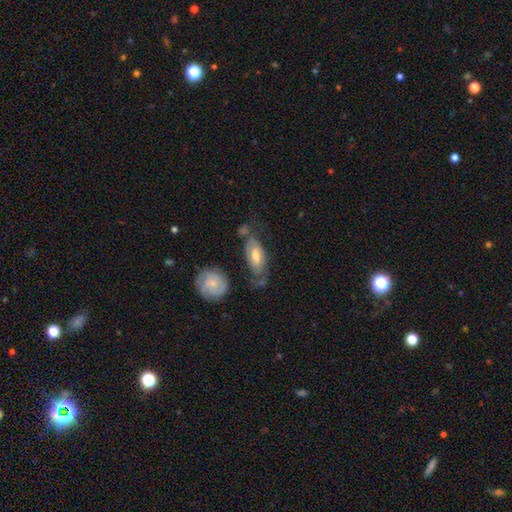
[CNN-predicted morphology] A featured or disk galaxy (49%).

Vote fractions:
- Smooth or featured? featured or disk: 49% / smooth: 45% / star or artifact: 7%
- Merging? none: 43% / minor disturbance: 26% / major disturbance: 19% / merger: 12%